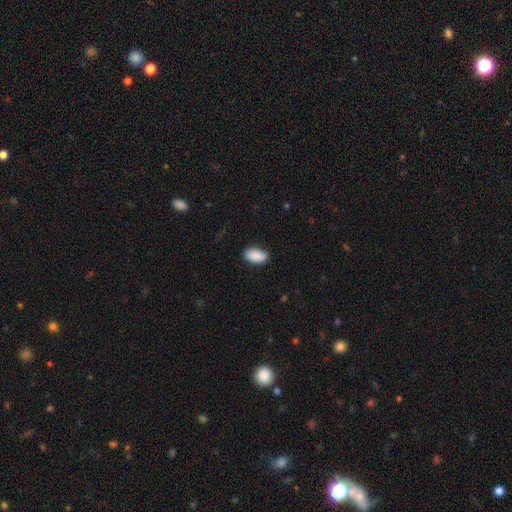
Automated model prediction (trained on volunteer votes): smooth-or-featured: smooth: 90% | star or artifact: 6% | featured or disk: 4%
  how-rounded: in between: 94% | round: 4% | cigar-shaped: 2%
  merging: none: 82% | minor disturbance: 14% | major disturbance: 3% | merger: 1%